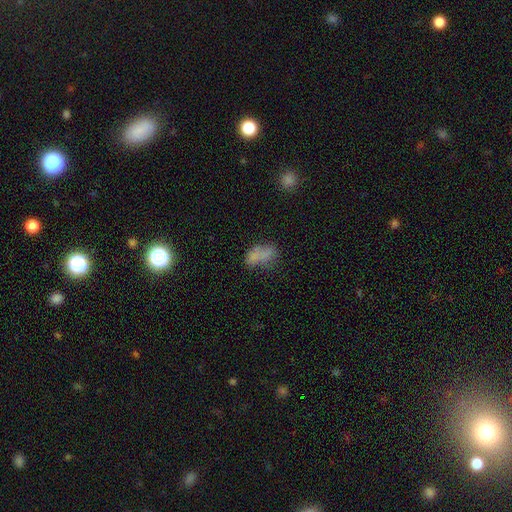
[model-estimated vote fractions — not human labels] Smooth or featured? Predicted: smooth (p=0.67). How rounded? Predicted: in between (p=0.88). Merging? Predicted: none (p=0.42).